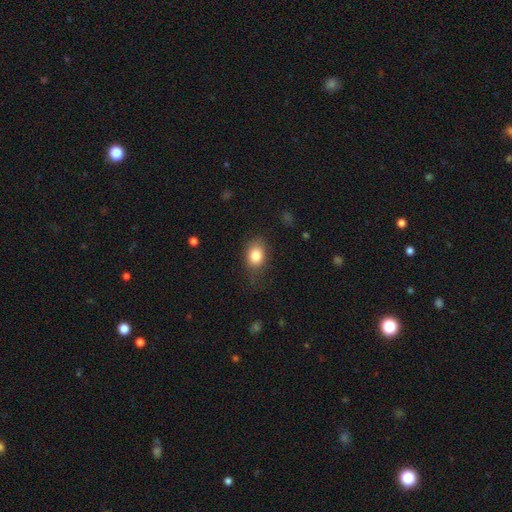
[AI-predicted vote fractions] The model was most divided on "how rounded": in between: 64%, round: 35%, cigar-shaped: 1%. More confident: smooth or featured — smooth (82%); merging — none (72%).